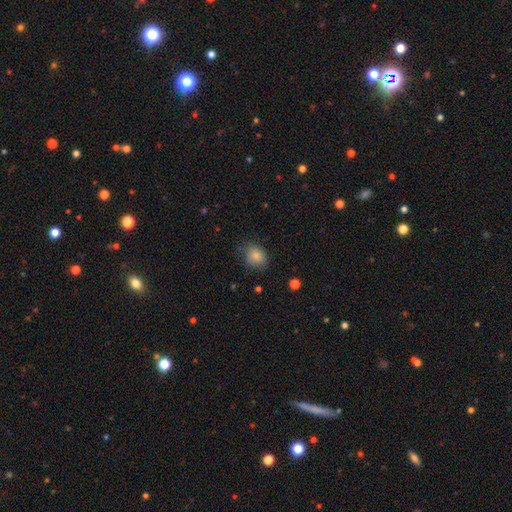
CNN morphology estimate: The model was most divided on "how rounded": round: 52%, in between: 47%, cigar-shaped: 1%. More confident: smooth or featured — smooth (85%); merging — none (71%).